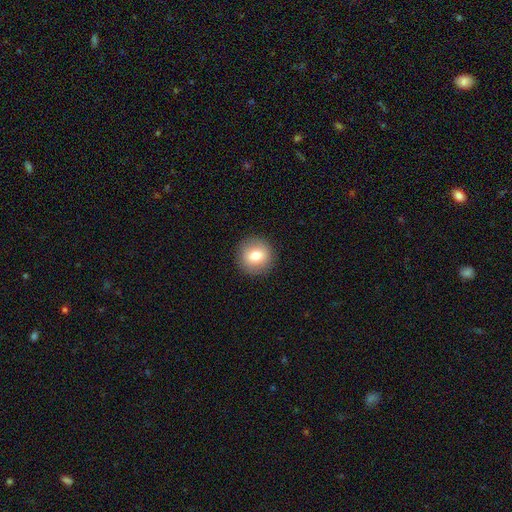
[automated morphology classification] Smooth or featured? Predicted: smooth (p=0.76). How rounded? Predicted: round (p=0.93). Merging? Predicted: none (p=0.91).